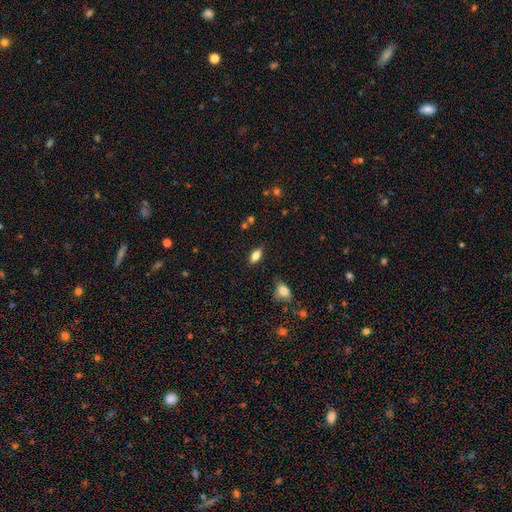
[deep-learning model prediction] smooth 78%, featured or disk 13%, star or artifact 9%. Down the decision tree: how rounded — in between (87%); merging — none (83%).